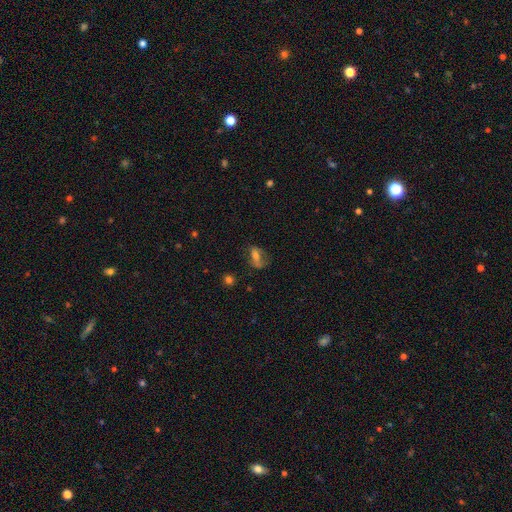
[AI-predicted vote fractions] Smooth or featured? Predicted: smooth (p=0.47). Merging? Predicted: none (p=0.48).